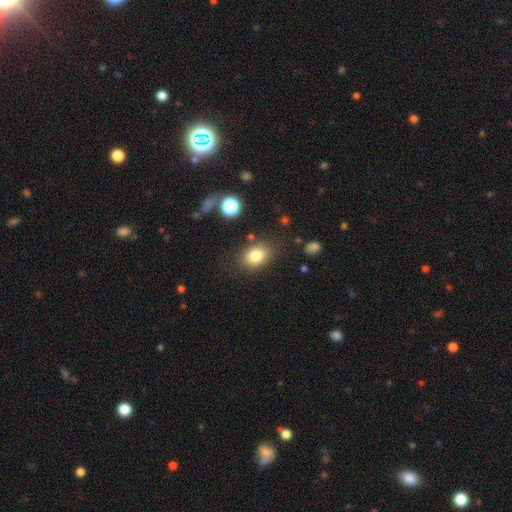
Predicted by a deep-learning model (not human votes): The model was most divided on "how rounded": in between: 66%, round: 33%, cigar-shaped: 1%. More confident: smooth or featured — smooth (81%); merging — none (79%).